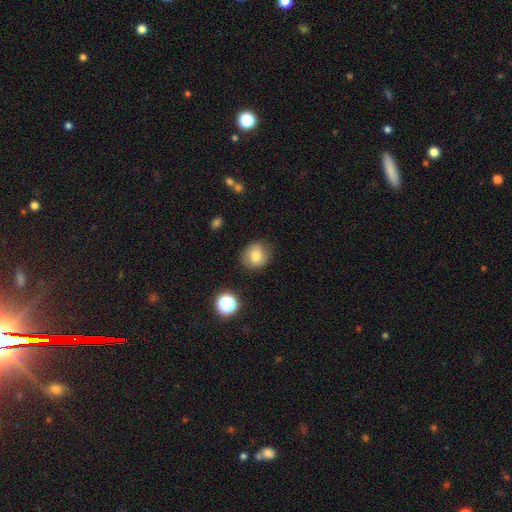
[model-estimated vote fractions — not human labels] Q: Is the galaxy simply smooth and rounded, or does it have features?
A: smooth — 77%.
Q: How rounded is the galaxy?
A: round — 78%.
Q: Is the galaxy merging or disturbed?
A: none — 83%.